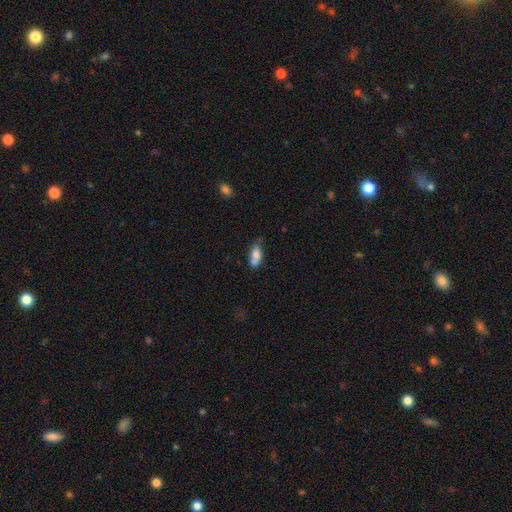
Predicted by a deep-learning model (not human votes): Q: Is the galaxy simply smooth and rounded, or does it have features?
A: smooth — 75%.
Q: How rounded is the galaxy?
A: in between — 80%.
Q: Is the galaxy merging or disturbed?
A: none — 43%.